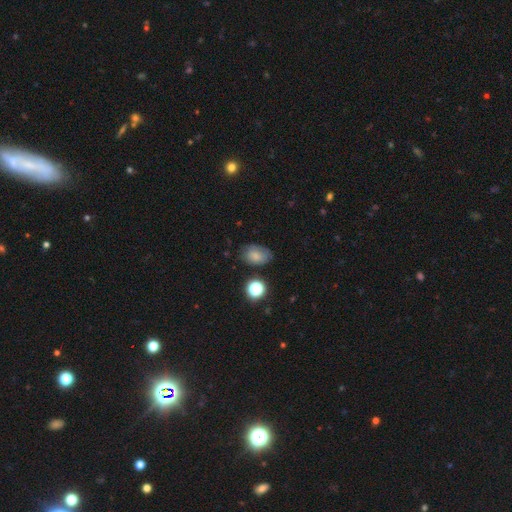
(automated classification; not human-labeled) Morphology: type=smooth (72%); roundness=in between (81%); merging=none (67%).